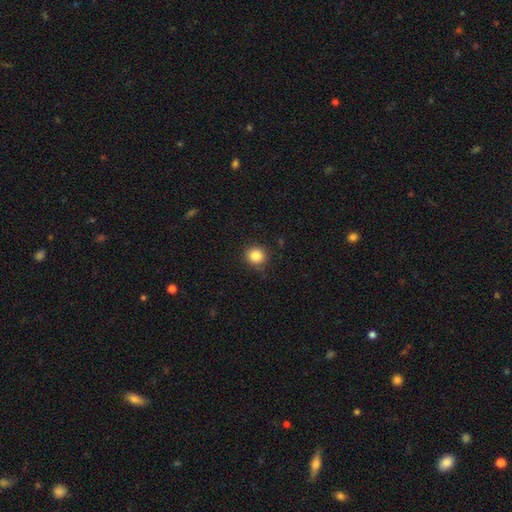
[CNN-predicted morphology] This appears to be a smooth galaxy with no disk features (84%) that is round (91%). Merging: none (87%).